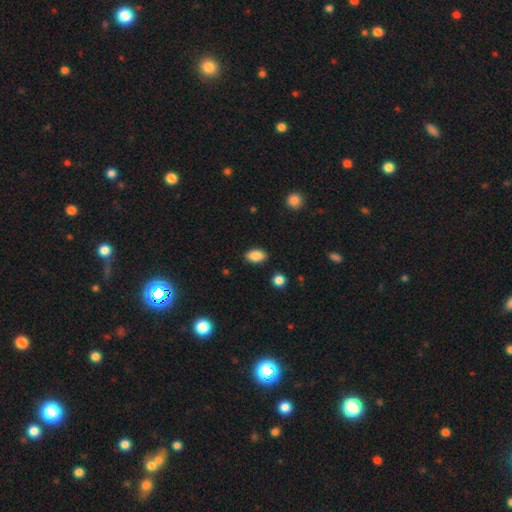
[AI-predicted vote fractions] smooth 86%, star or artifact 8%, featured or disk 5%. Down the decision tree: how rounded — in between (89%); merging — none (88%).